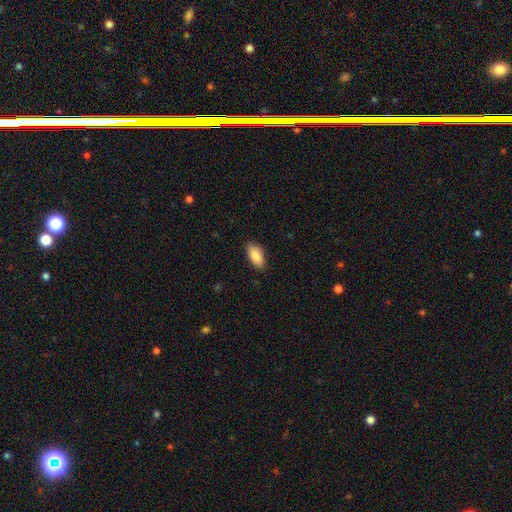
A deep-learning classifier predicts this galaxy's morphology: Smooth or featured: smooth — 87% (featured or disk — 7%)
How rounded: in between — 91% (cigar-shaped — 7%)
Merging: none — 87% (minor disturbance — 10%)